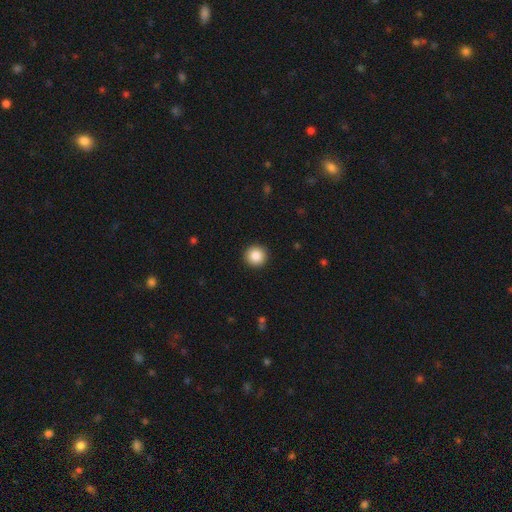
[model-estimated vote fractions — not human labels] Smooth or featured? Predicted: smooth (p=0.87). How rounded? Predicted: round (p=0.95). Merging? Predicted: none (p=0.93).